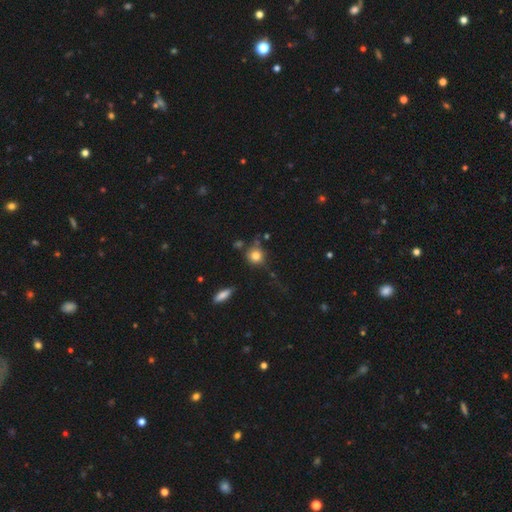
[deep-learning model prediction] Smooth or featured? Predicted: smooth (p=0.78). How rounded? Predicted: round (p=0.85). Merging? Predicted: none (p=0.64).